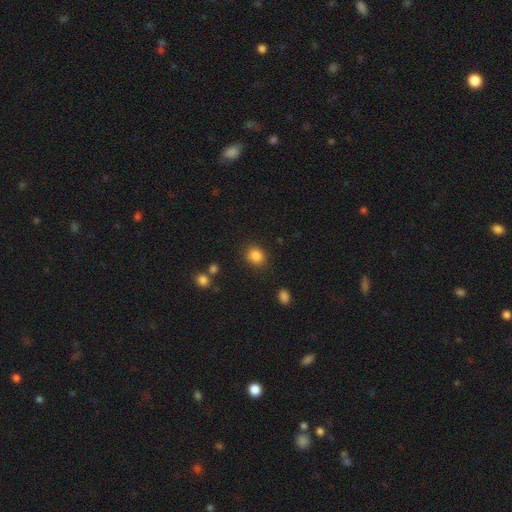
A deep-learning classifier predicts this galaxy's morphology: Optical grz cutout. It shows a smooth galaxy with no disk features (86%) that is round (54%). Merging: none (84%).